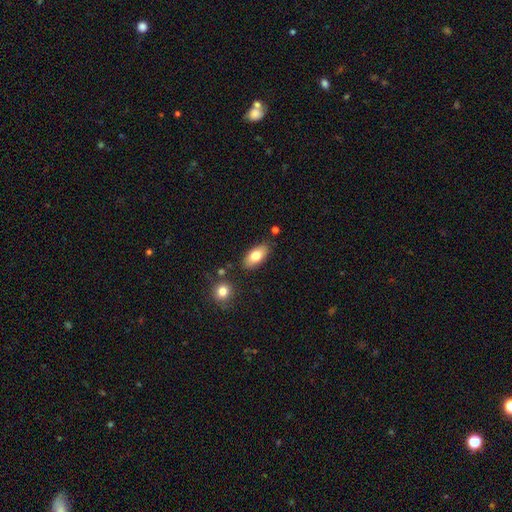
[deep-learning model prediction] Q: Smooth or featured?
A: smooth (77%); runner-up: featured or disk (16%)
Q: How rounded?
A: in between (90%); runner-up: cigar-shaped (6%)
Q: Merging?
A: none (83%); runner-up: minor disturbance (11%)